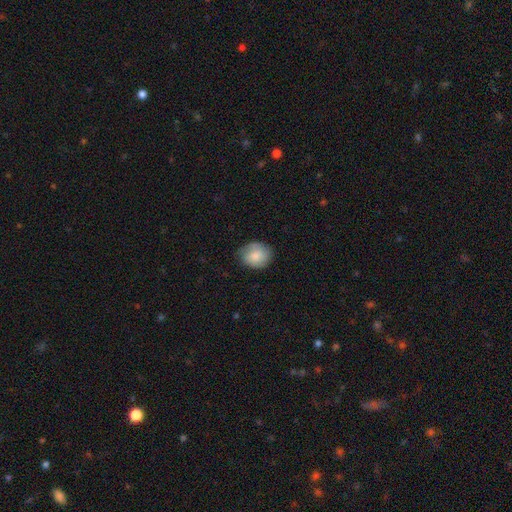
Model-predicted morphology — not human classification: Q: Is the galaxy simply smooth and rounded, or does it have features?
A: smooth — 80%.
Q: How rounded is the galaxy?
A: round — 57%.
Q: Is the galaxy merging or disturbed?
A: none — 73%.